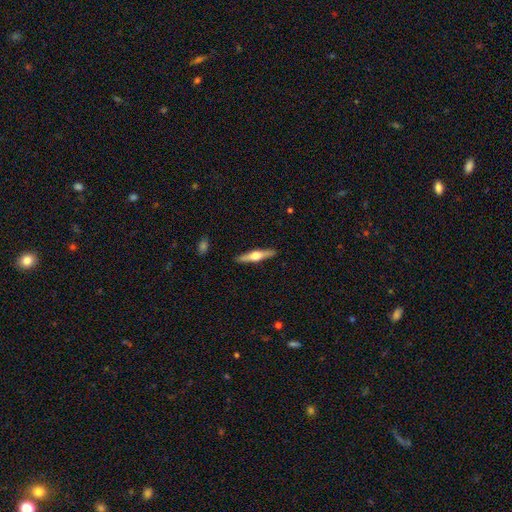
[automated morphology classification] featured or disk 65%, smooth 30%, star or artifact 5%. Down the decision tree: edge-on disk — yes (97%); edge-on bulge — rounded (94%); merging — none (91%).